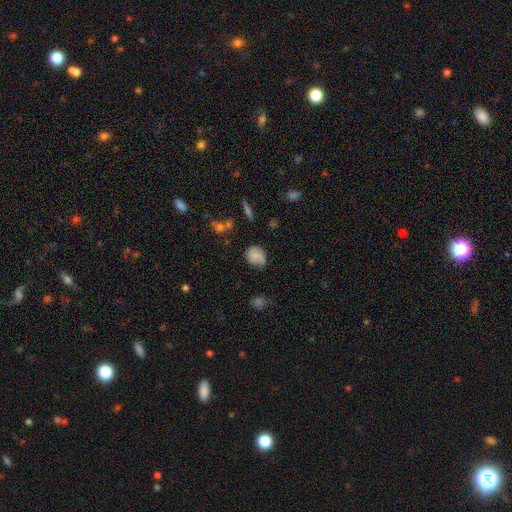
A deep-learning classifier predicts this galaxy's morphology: The model was most divided on "how rounded": round: 57%, in between: 42%, cigar-shaped: 1%. More confident: smooth or featured — smooth (74%); merging — none (63%).